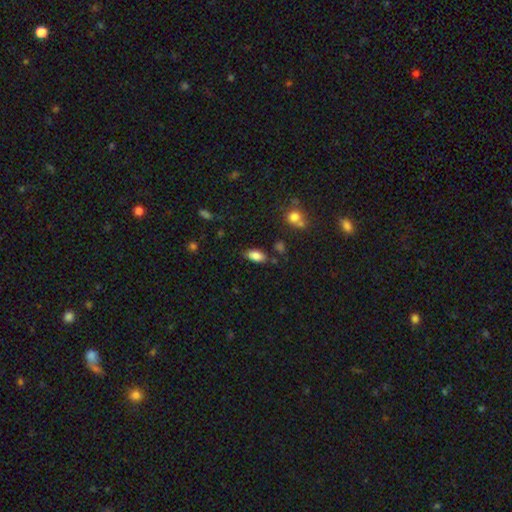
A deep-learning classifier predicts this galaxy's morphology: Overall: smooth (84%). How rounded: in between (90%). Merging: none (77%).